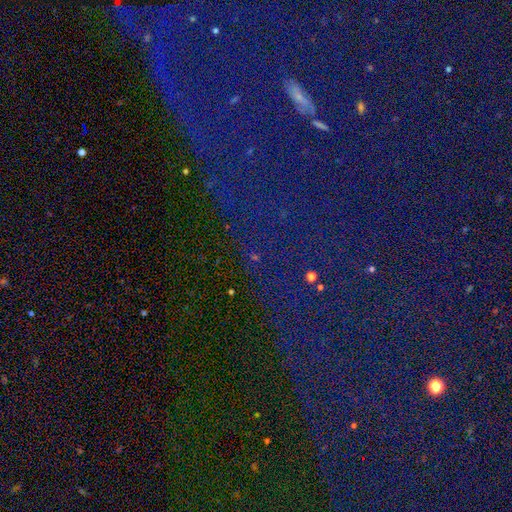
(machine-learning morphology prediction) star or artifact 83%, smooth 9%, featured or disk 9%.